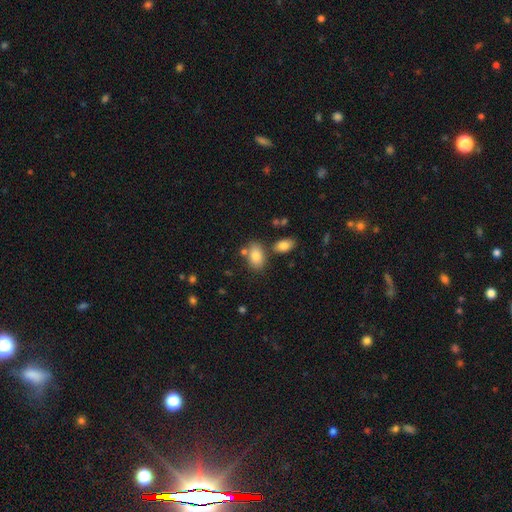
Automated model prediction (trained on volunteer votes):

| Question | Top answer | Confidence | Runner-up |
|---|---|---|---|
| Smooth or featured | smooth | 83% | featured or disk (9%) |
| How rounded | in between | 88% | round (11%) |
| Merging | none | 66% | merger (16%) |